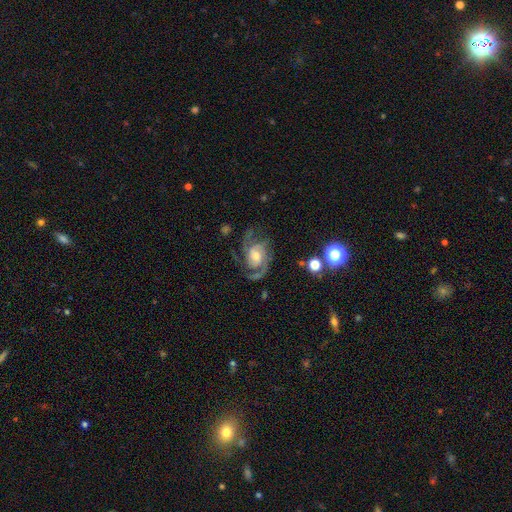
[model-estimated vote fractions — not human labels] smooth-or-featured: featured or disk: 88% | smooth: 6% | star or artifact: 6%
  disk-edge-on: no: 98% | yes: 2%
    bar: no: 63% | weak: 30% | strong: 7%
    has-spiral-arms: yes: 97% | no: 3%
      spiral-winding: medium: 50% | tight: 37% | loose: 13%
      spiral-arm-count: 2: 47% | 3: 27% | can't tell: 10% | 4: 6% | 1: 5% | more than 4: 4%
    bulge-size: moderate: 56% | small: 28% | large: 11% | none: 3% | dominant: 2%
  merging: none: 70% | minor disturbance: 17% | major disturbance: 12% | merger: 2%